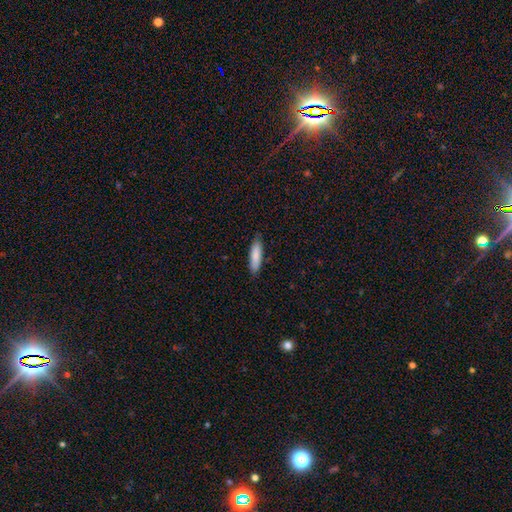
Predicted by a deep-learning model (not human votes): smooth-or-featured: smooth: 86% | featured or disk: 9% | star or artifact: 6%
  how-rounded: cigar-shaped: 64% | in between: 35% | round: 1%
  merging: none: 85% | minor disturbance: 12% | major disturbance: 2% | merger: 1%